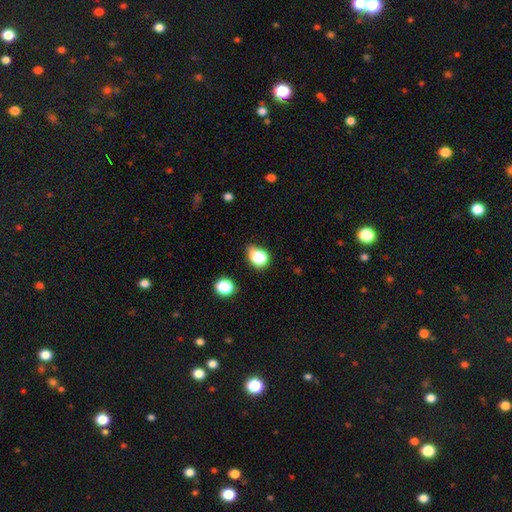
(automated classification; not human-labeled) The model was most divided on "how rounded": in between: 59%, round: 39%, cigar-shaped: 1%. More confident: smooth or featured — smooth (81%); merging — none (53%).